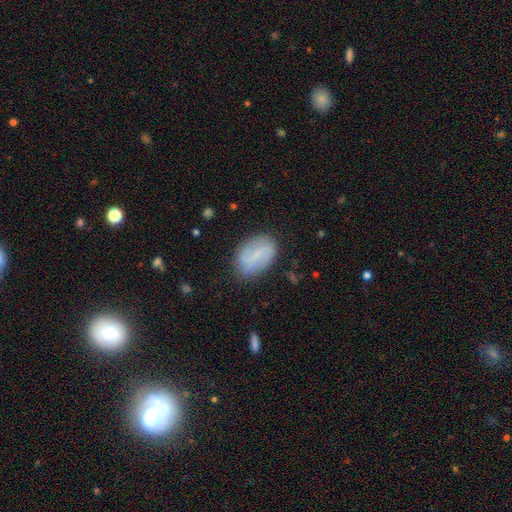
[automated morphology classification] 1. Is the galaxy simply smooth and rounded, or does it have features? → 51% smooth, 41% featured or disk, 8% star or artifact.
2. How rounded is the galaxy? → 86% in between, 12% round, 2% cigar-shaped.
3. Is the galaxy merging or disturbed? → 73% none, 19% minor disturbance, 6% major disturbance, 2% merger.